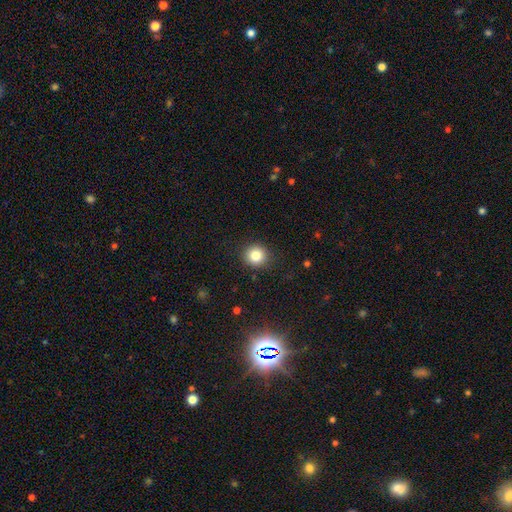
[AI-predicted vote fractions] Smooth or featured?
  - smooth: 82% *
  - star or artifact: 11%
  - featured or disk: 7%
How rounded?
  - round: 89% *
  - in between: 10%
  - cigar-shaped: 1%
Merging?
  - none: 89% *
  - minor disturbance: 7%
  - major disturbance: 2%
  - merger: 1%